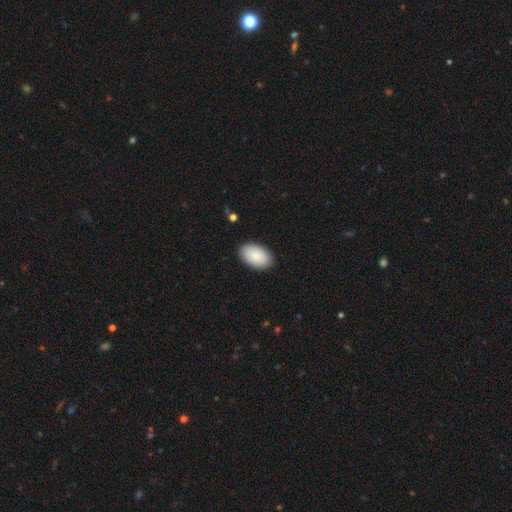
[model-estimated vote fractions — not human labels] This appears to be a smooth galaxy with no disk features (87%) that is in between round and cigar-shaped (94%). Merging: none (89%).